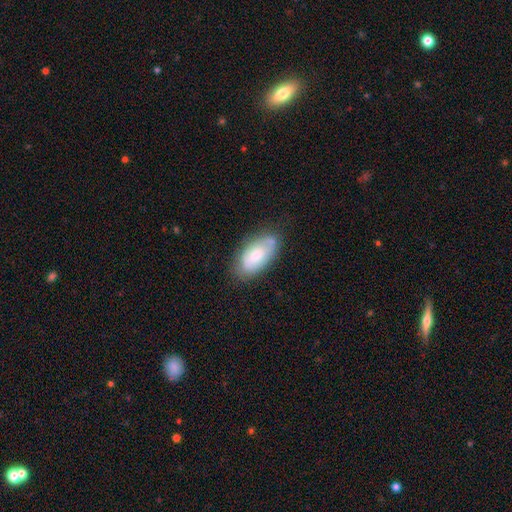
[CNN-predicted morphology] Smooth or featured?
  - smooth: 65% *
  - featured or disk: 28%
  - star or artifact: 7%
How rounded?
  - in between: 94% *
  - cigar-shaped: 3%
  - round: 3%
Merging?
  - none: 64% *
  - minor disturbance: 24%
  - major disturbance: 6%
  - merger: 6%